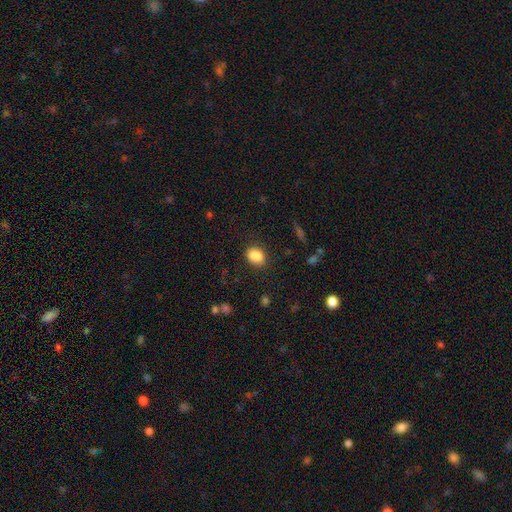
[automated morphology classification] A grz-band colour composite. It shows a smooth galaxy with no disk features (86%) that is in between round and cigar-shaped (70%). Merging: none (75%).